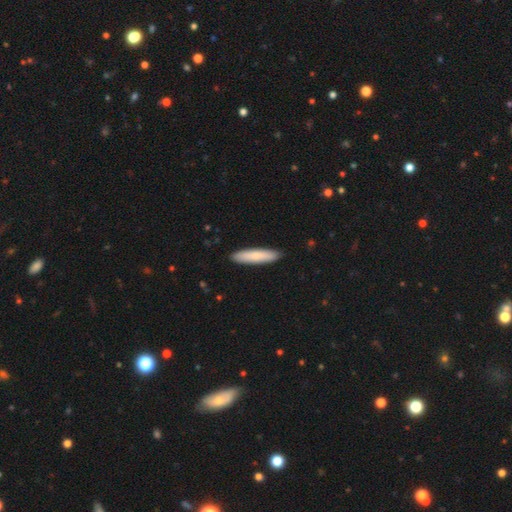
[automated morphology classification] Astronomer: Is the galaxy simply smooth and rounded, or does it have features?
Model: smooth — 79%.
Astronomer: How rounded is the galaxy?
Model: cigar-shaped — 83%.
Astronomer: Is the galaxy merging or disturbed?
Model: none — 91%.